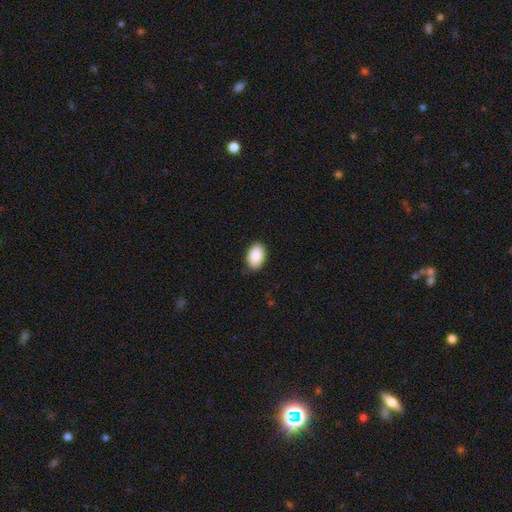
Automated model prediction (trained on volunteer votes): Smooth or featured: smooth — 90% (star or artifact — 6%)
How rounded: in between — 91% (round — 8%)
Merging: none — 86% (minor disturbance — 11%)